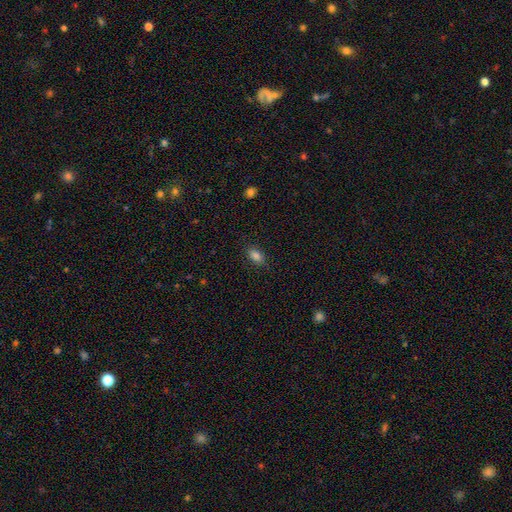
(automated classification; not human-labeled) Smooth or featured?
  - smooth: 85% *
  - star or artifact: 10%
  - featured or disk: 5%
How rounded?
  - in between: 87% *
  - round: 11%
  - cigar-shaped: 2%
Merging?
  - none: 87% *
  - minor disturbance: 10%
  - major disturbance: 3%
  - merger: 1%